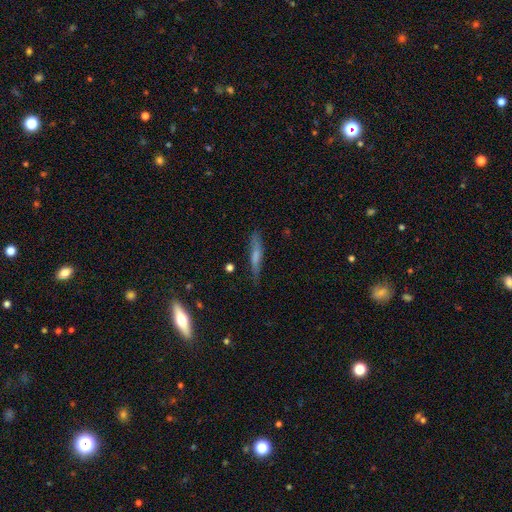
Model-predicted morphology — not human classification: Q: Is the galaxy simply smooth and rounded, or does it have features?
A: smooth — 59%.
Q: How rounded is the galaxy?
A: cigar-shaped — 87%.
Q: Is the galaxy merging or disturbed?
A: none — 73%.